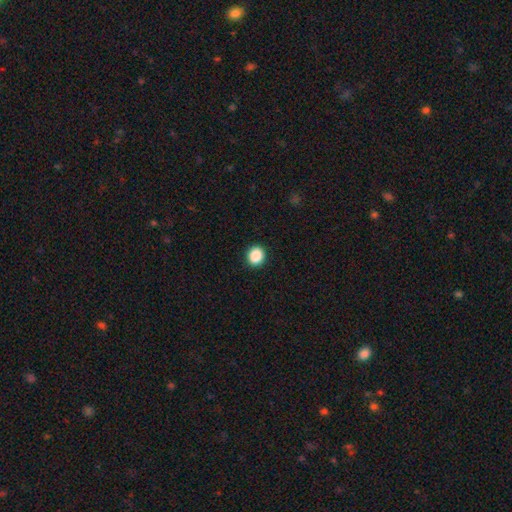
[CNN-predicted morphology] The model was most divided on "how rounded": round: 78%, in between: 21%, cigar-shaped: 1%. More confident: merging — none (92%); smooth or featured — smooth (89%).